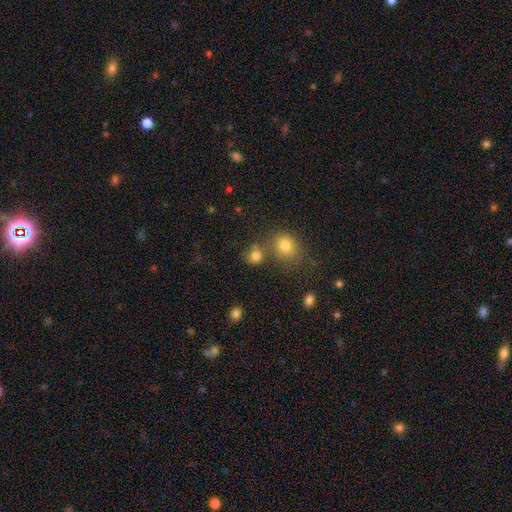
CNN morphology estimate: Smooth or featured? Predicted: smooth (p=0.79). How rounded? Predicted: round (p=0.78). Merging? Predicted: none (p=0.56).